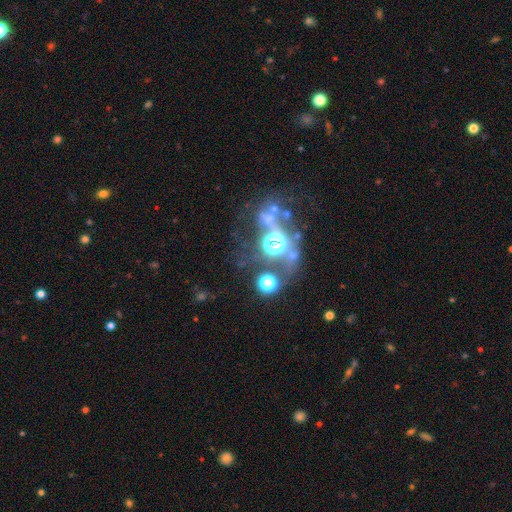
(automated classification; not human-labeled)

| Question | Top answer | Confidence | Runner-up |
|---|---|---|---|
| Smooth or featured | featured or disk | 43% | star or artifact (35%) |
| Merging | none | 37% | merger (35%) |